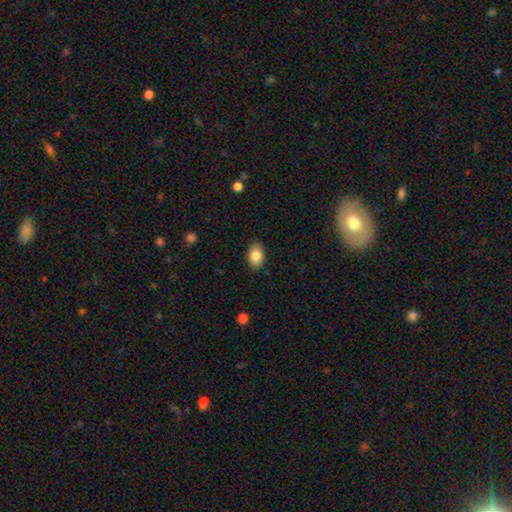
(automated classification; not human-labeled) Smooth or featured: smooth — 85% (star or artifact — 8%)
How rounded: in between — 86% (round — 13%)
Merging: none — 87% (minor disturbance — 10%)